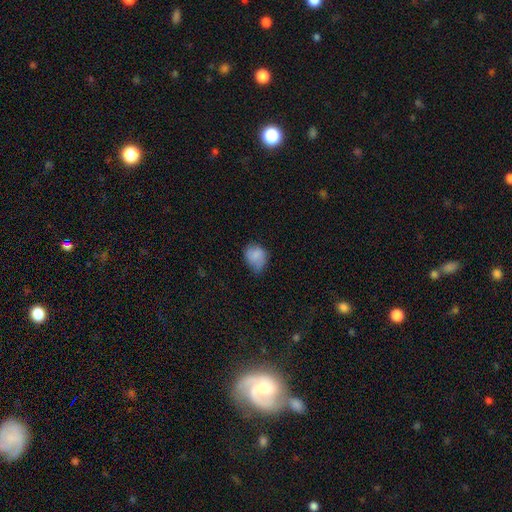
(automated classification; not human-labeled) A smooth galaxy with no disk features (79%) that is round (51%).

Vote fractions:
- Smooth or featured? smooth: 79% / featured or disk: 13% / star or artifact: 9%
- How rounded? round: 51% / in between: 48% / cigar-shaped: 1%
- Merging? none: 50% / minor disturbance: 38% / major disturbance: 10% / merger: 2%